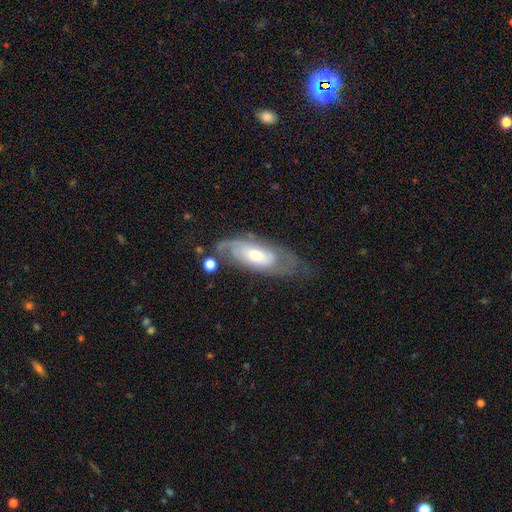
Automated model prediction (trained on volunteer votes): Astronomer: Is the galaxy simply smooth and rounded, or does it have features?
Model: featured or disk — 73%.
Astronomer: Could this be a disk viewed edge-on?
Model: no — 86%.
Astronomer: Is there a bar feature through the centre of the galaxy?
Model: no — 64%.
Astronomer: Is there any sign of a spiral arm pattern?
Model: yes — 82%.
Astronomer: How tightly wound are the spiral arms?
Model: tight — 55% (runner-up: medium, 32%).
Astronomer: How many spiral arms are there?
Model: can't tell — 43% (runner-up: 2, 40%).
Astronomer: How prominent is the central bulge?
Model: moderate — 60%.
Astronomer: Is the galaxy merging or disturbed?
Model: none — 56%.